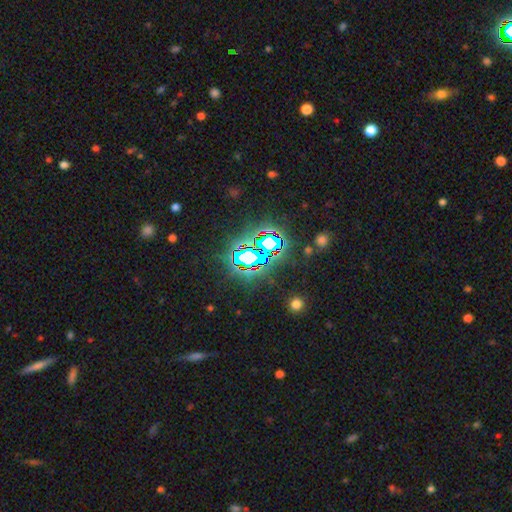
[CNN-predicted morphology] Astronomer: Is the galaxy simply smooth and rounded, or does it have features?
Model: star or artifact — 81%.